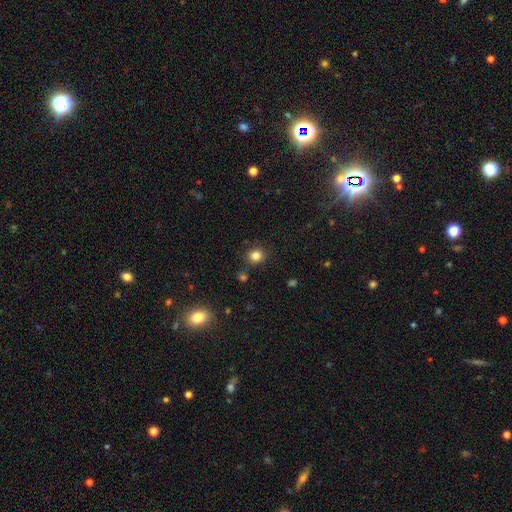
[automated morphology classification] Smooth or featured? Predicted: smooth (p=0.83). How rounded? Predicted: round (p=0.83). Merging? Predicted: none (p=0.84).